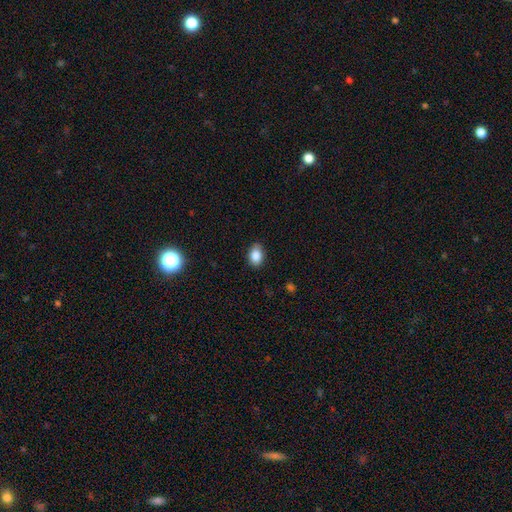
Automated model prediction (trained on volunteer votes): The model was most divided on "how rounded": in between: 80%, round: 19%, cigar-shaped: 1%. More confident: smooth or featured — smooth (86%); merging — none (82%).